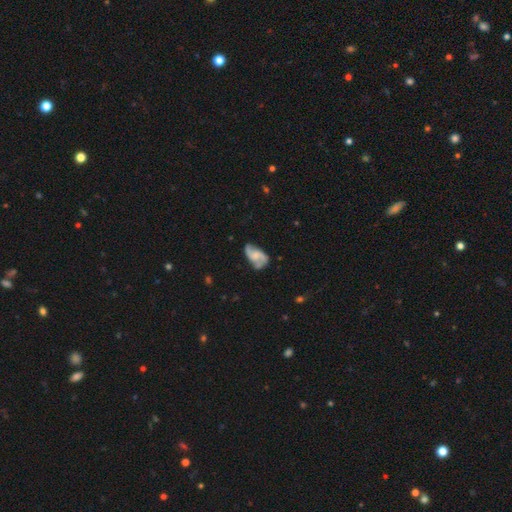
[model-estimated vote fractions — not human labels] Overall: featured or disk (71%). Edge-on disk: no (97%). Bar: no (57%; weak 35%). Spiral arms: yes (91%). Spiral arm count: 2 (83%). Spiral winding: loose (50%; medium 38%). Bulge size: small (35%; none 30%). Merging: none (58%; minor disturbance 25%).